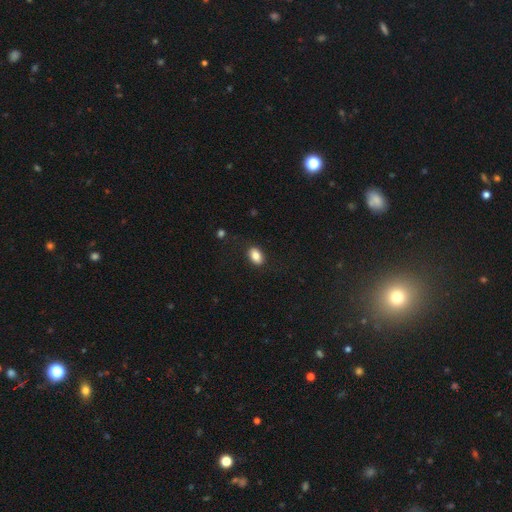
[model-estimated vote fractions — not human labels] Smooth or featured? Predicted: smooth (p=0.86). How rounded? Predicted: in between (p=0.86). Merging? Predicted: none (p=0.85).